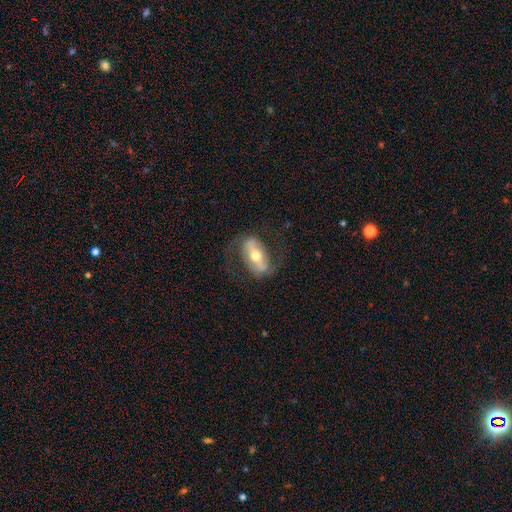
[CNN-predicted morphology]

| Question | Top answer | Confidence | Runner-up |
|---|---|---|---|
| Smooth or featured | featured or disk | 75% | smooth (19%) |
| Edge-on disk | no | 89% | yes (11%) |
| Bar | strong | 61% | weak (23%) |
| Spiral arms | yes | 78% | no (22%) |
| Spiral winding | medium | 45% | loose (35%) |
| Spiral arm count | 2 | 86% | can't tell (8%) |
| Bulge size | moderate | 65% | small (26%) |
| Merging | none | 70% | minor disturbance (15%) |